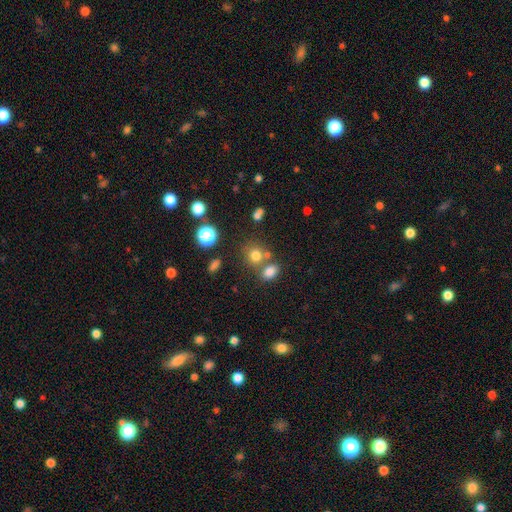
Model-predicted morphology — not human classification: This is likely a smooth galaxy (74%). How rounded: likely round (76%). Merging: possibly none (60%).